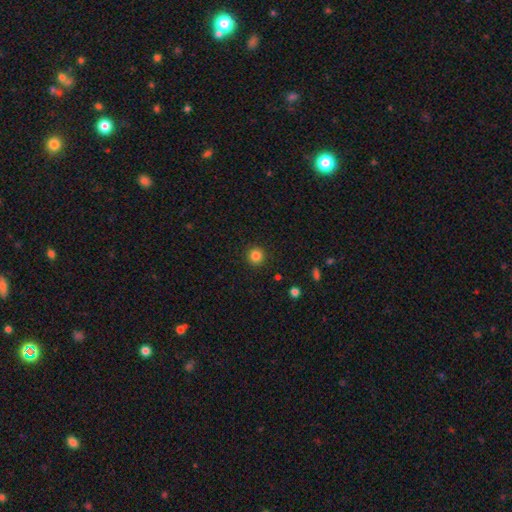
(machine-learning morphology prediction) Smooth or featured? smooth (84%)
How rounded? round (95%)
Merging? none (92%)